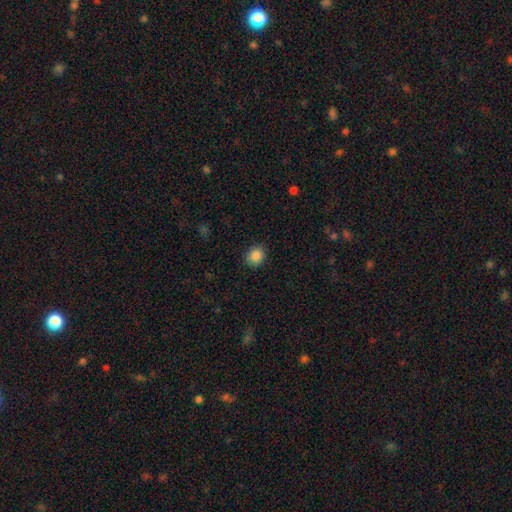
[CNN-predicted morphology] Smooth or featured: smooth — 87% (star or artifact — 10%)
How rounded: round — 75% (in between — 24%)
Merging: none — 88% (minor disturbance — 9%)